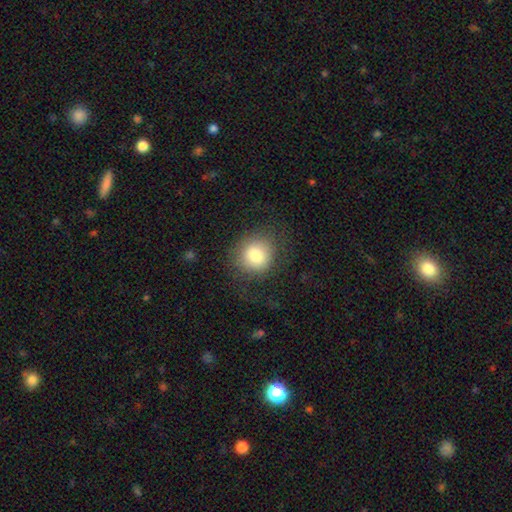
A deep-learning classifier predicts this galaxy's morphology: type=smooth (79%); roundness=round (87%); merging=none (75%).